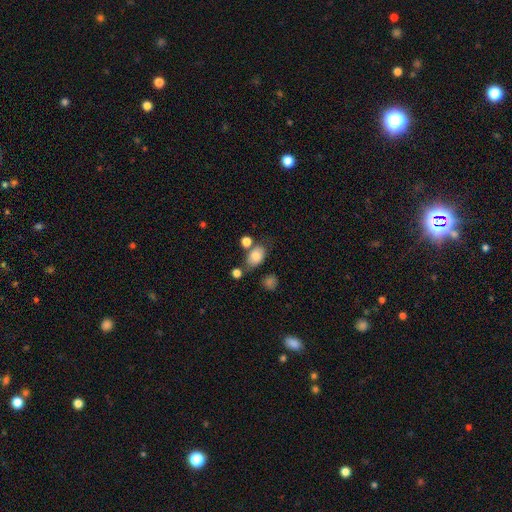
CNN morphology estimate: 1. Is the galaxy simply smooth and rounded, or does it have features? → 79% smooth, 11% featured or disk, 10% star or artifact.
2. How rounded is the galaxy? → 79% in between, 20% round, 2% cigar-shaped.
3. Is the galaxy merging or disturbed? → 58% none, 19% minor disturbance, 16% merger, 7% major disturbance.